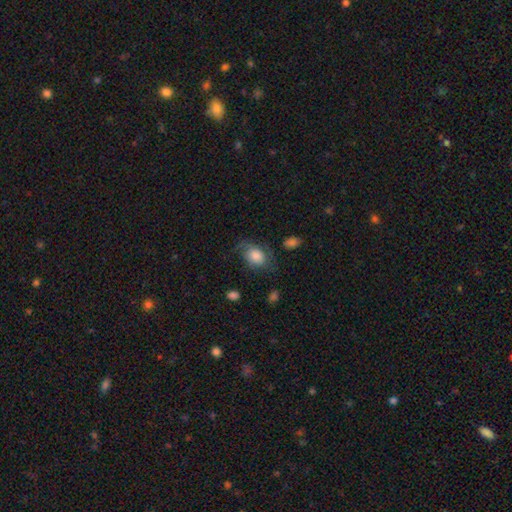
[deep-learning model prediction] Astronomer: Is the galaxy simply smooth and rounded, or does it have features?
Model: smooth — 67%.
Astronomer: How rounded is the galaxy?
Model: in between — 67%.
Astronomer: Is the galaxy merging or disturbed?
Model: none — 51% (runner-up: minor disturbance, 27%).